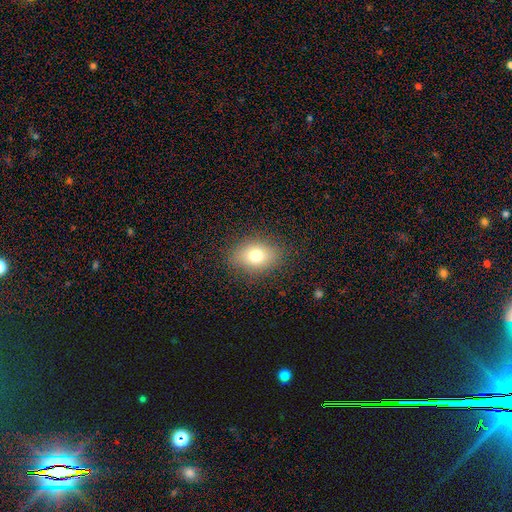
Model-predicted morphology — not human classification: smooth_or_featured: smooth (p=0.74) [alt: featured or disk p=0.14]
how_rounded: in between (p=0.70) [alt: round p=0.28]
merging: none (p=0.85) [alt: minor disturbance p=0.11]